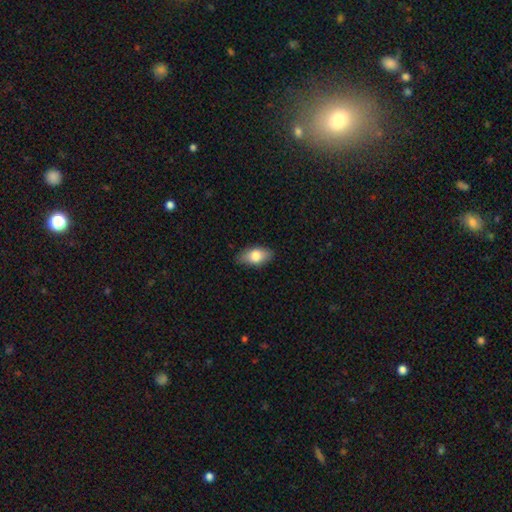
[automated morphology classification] Smooth or featured: smooth — 77% (featured or disk — 16%)
How rounded: in between — 90% (round — 5%)
Merging: none — 83% (minor disturbance — 13%)